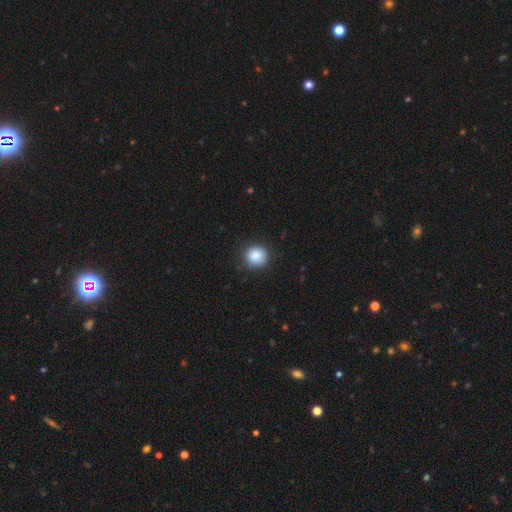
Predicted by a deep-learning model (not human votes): Morphology: type=smooth (88%); roundness=round (90%); merging=none (89%).